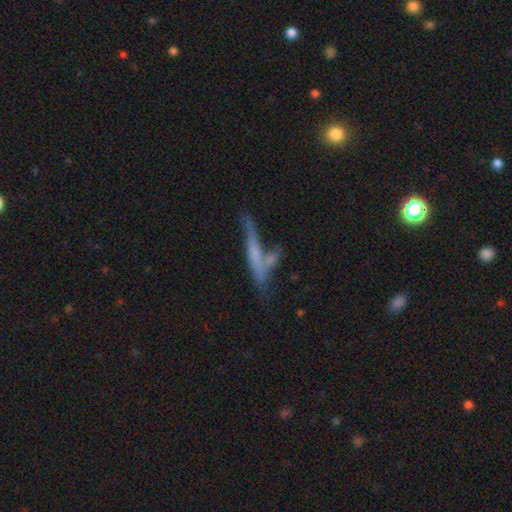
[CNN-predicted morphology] featured or disk 46%, smooth 43%, star or artifact 11%. Down the decision tree: merging — none (42%).